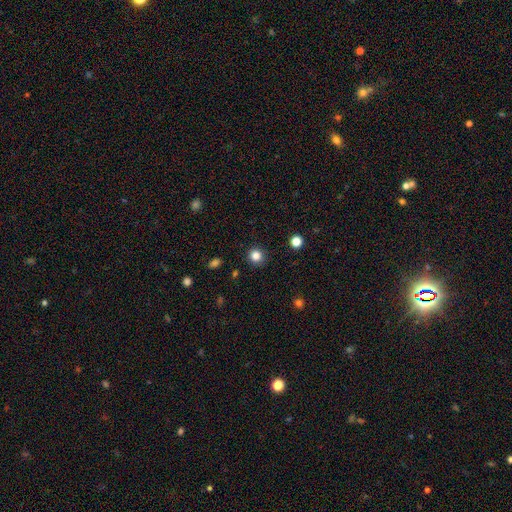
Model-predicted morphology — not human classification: Smooth or featured: smooth — 83% (star or artifact — 12%)
How rounded: round — 93% (in between — 6%)
Merging: none — 91% (minor disturbance — 6%)